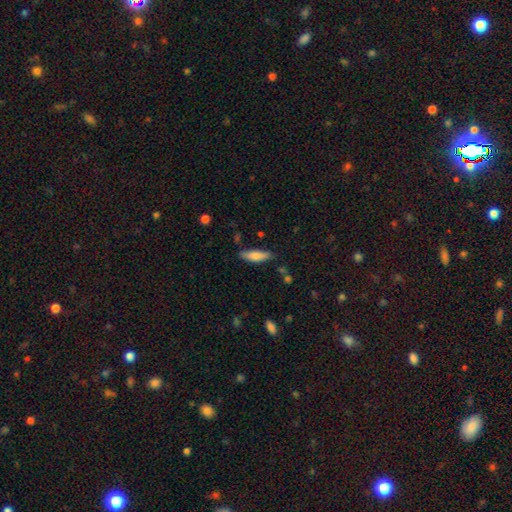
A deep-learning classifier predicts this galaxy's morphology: A smooth galaxy with no disk features (78%) that is cigar-shaped (58%). Merging: none (75%).